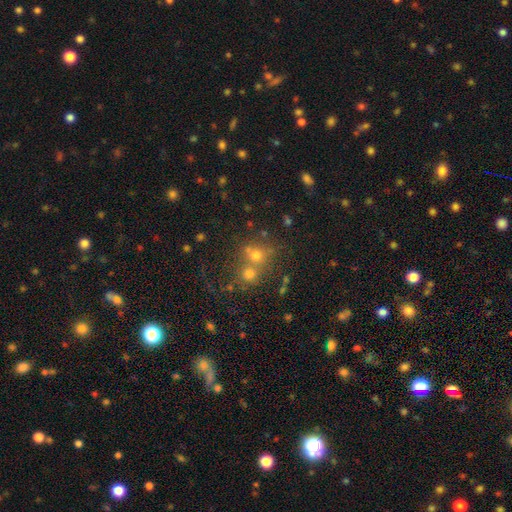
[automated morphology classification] Smooth or featured: smooth — 62% (star or artifact — 23%)
How rounded: round — 77% (in between — 22%)
Merging: merger — 48% (none — 40%)